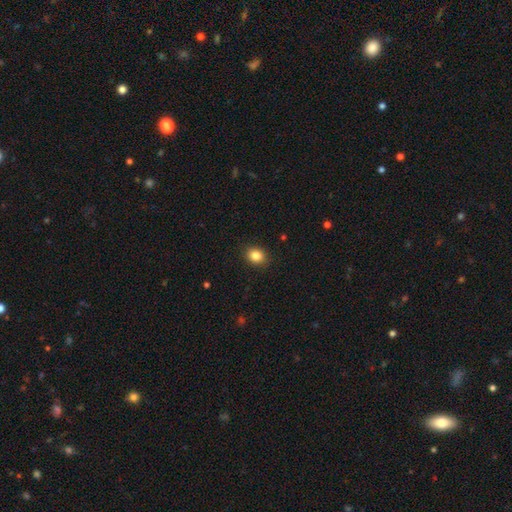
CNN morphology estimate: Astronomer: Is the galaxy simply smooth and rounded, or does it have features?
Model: smooth — 85%.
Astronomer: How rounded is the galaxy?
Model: round — 53% (runner-up: in between, 46%).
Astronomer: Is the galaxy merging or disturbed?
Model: none — 90%.